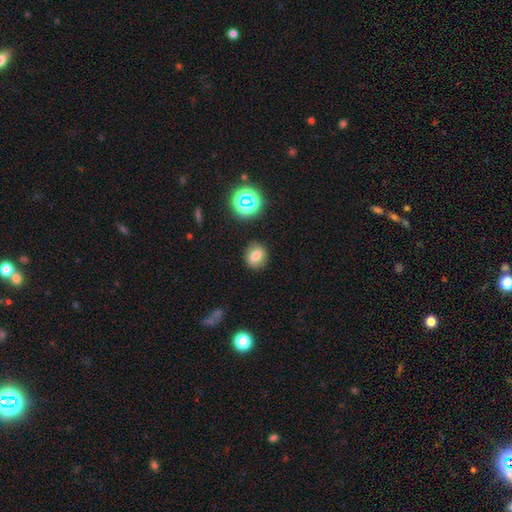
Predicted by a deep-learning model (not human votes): Q: Smooth or featured?
A: smooth (71%); runner-up: star or artifact (15%)
Q: How rounded?
A: round (66%); runner-up: in between (33%)
Q: Merging?
A: none (85%); runner-up: minor disturbance (10%)